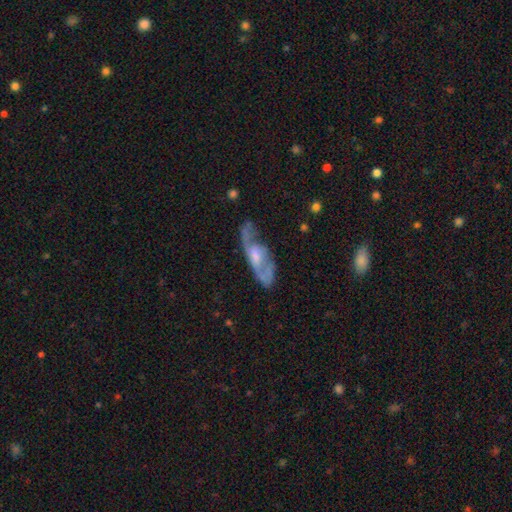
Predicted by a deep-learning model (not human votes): A featured or disk galaxy (70%) with no bar (57%), spiral arms (73%) and a moderate central bulge (46%). Merging: none (48%).